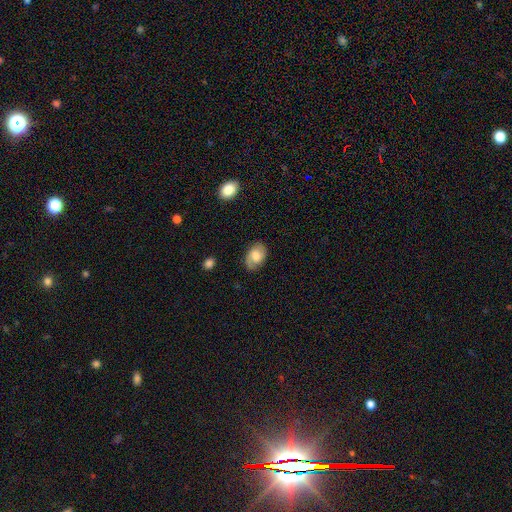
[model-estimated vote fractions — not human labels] This appears to be a smooth galaxy with no disk features (56%) that is in between round and cigar-shaped (85%). Merging: none (79%).